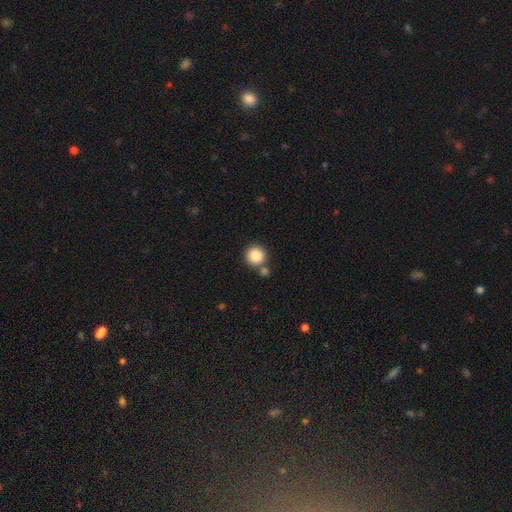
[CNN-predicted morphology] Smooth or featured? Predicted: smooth (p=0.86). How rounded? Predicted: round (p=0.93). Merging? Predicted: none (p=0.71).